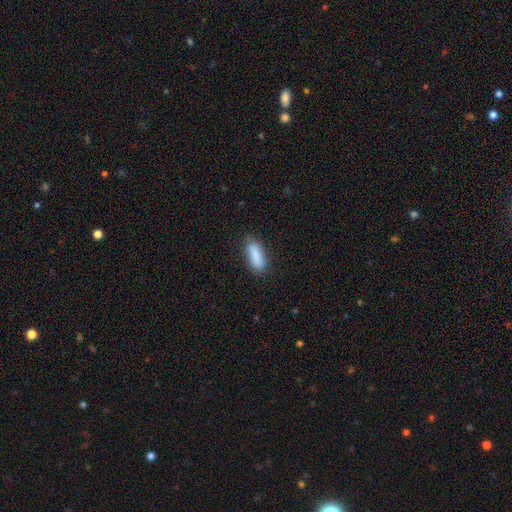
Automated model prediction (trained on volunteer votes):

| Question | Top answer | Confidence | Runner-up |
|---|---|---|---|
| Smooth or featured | smooth | 87% | featured or disk (7%) |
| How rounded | in between | 68% | cigar-shaped (30%) |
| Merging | none | 75% | minor disturbance (20%) |